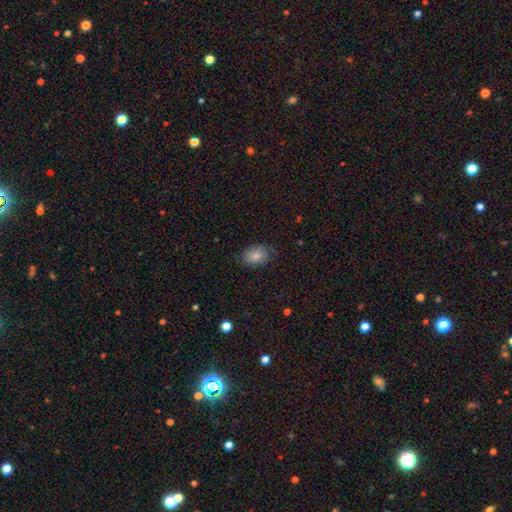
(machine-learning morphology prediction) The model was most divided on "merging": none: 68%, minor disturbance: 23%, major disturbance: 7%, merger: 1%. More confident: how rounded — in between (85%); smooth or featured — smooth (77%).